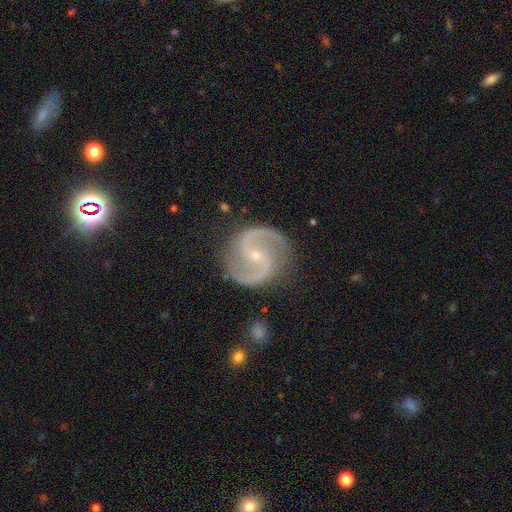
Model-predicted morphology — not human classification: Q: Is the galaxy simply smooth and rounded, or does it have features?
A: featured or disk — 93%.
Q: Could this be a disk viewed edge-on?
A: no — 98%.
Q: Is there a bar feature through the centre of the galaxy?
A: no — 49%.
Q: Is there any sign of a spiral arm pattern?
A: yes — 99%.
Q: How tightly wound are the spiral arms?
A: medium — 65%.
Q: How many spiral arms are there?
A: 2 — 94%.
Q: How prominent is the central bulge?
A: small — 77%.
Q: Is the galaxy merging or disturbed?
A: none — 86%.